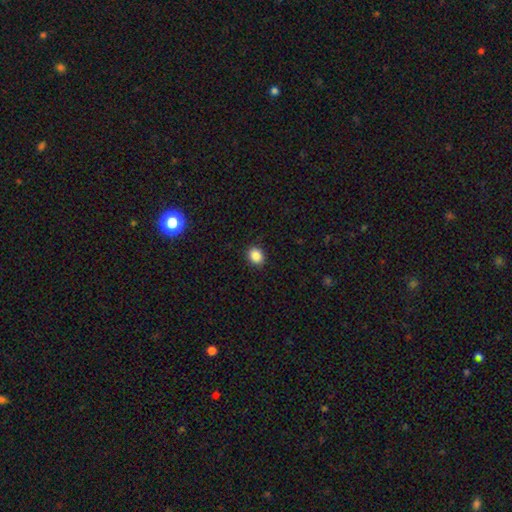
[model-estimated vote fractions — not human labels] This is clearly a smooth galaxy (87%). How rounded: possibly round (59%). Merging: clearly none (90%).